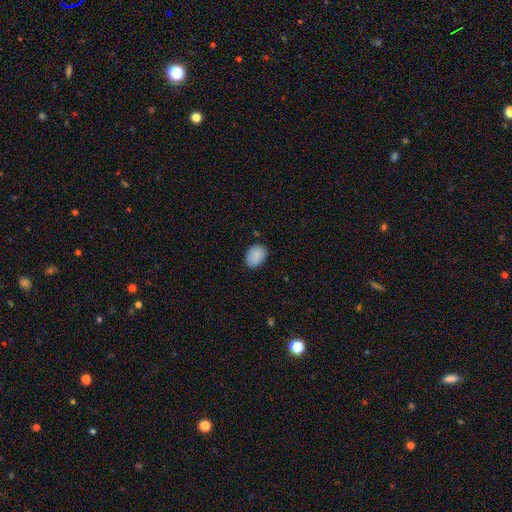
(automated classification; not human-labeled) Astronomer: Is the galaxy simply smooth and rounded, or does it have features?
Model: smooth — 88%.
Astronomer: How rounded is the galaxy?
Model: in between — 77%.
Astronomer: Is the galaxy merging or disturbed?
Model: none — 83%.